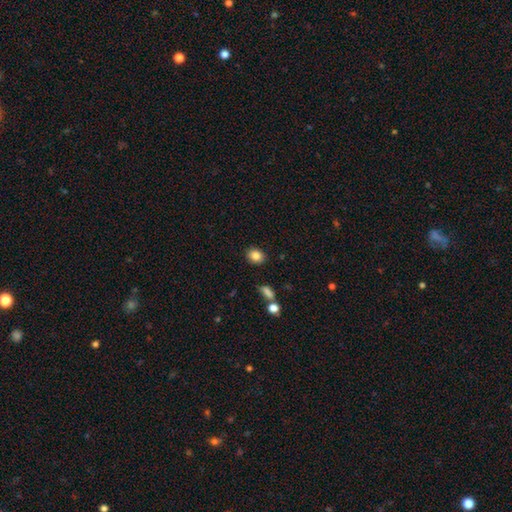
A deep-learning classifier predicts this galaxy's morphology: Smooth or featured? Predicted: smooth (p=0.85). How rounded? Predicted: in between (p=0.52). Merging? Predicted: none (p=0.87).